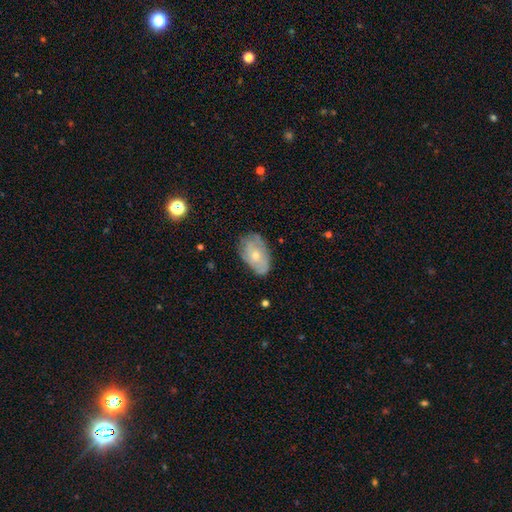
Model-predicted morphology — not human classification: Smooth or featured?
  - featured or disk: 48% *
  - smooth: 45%
  - star or artifact: 7%
Merging?
  - none: 64% *
  - minor disturbance: 27%
  - major disturbance: 7%
  - merger: 2%